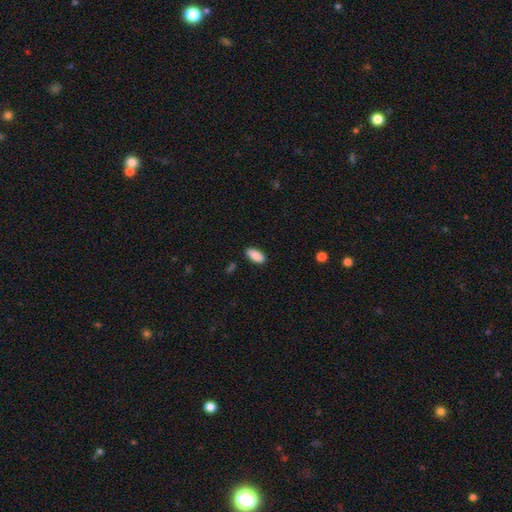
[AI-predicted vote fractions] smooth-or-featured: smooth: 89% | star or artifact: 7% | featured or disk: 4%
  how-rounded: in between: 86% | cigar-shaped: 12% | round: 2%
  merging: none: 87% | minor disturbance: 10% | major disturbance: 2% | merger: 2%